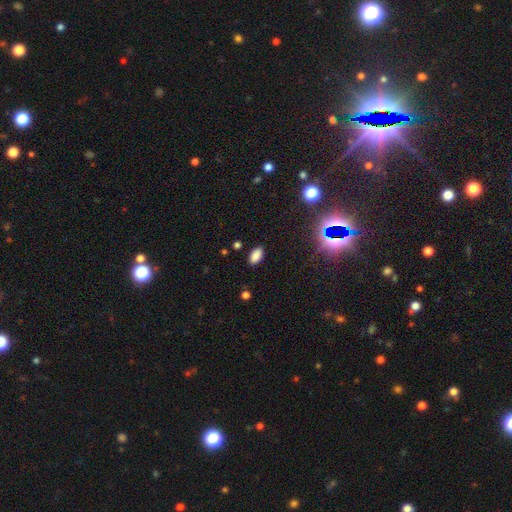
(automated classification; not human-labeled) Smooth or featured? smooth (82%)
How rounded? in between (93%)
Merging? none (87%)